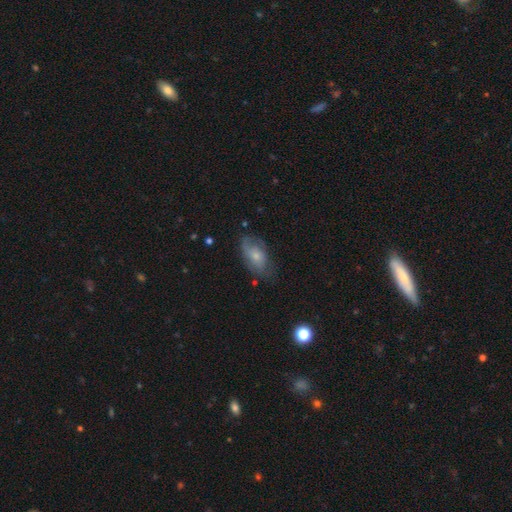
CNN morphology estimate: Smooth or featured? Predicted: smooth (p=0.51). How rounded? Predicted: in between (p=0.91). Merging? Predicted: none (p=0.60).